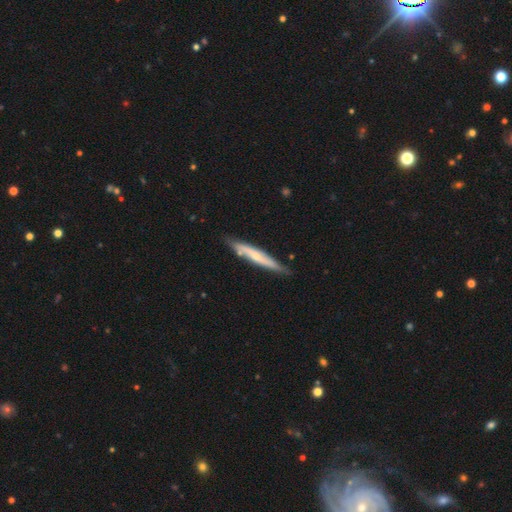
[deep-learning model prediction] Smooth or featured?
  - featured or disk: 56% *
  - smooth: 38%
  - star or artifact: 5%
Edge-on disk?
  - yes: 84% *
  - no: 16%
Merging?
  - none: 77% *
  - minor disturbance: 17%
  - merger: 3%
  - major disturbance: 3%